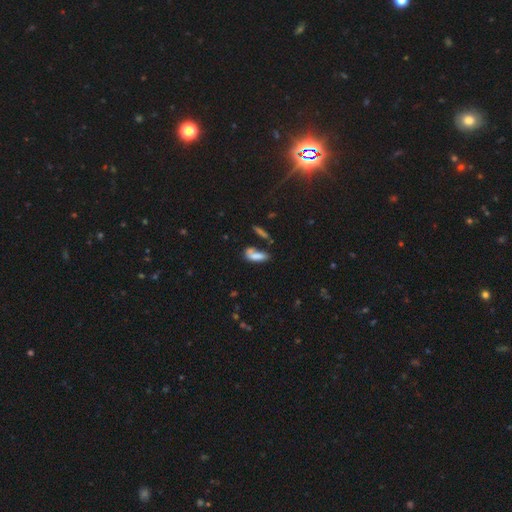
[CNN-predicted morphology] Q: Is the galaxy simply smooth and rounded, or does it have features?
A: smooth — 74%.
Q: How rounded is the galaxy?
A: in between — 64%.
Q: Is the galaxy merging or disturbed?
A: none — 38%.